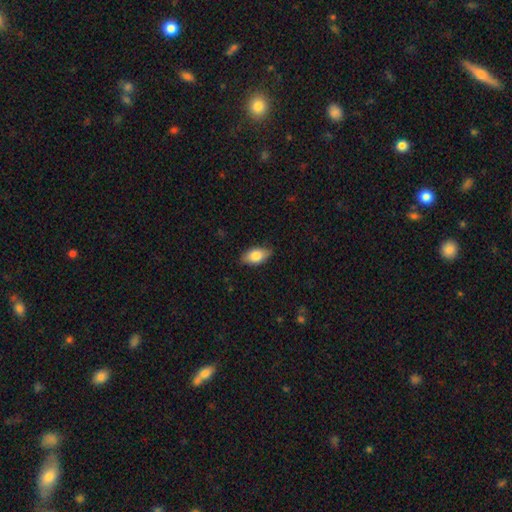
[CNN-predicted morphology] smooth-or-featured: smooth: 81% | featured or disk: 12% | star or artifact: 7%
  how-rounded: in between: 91% | round: 5% | cigar-shaped: 4%
  merging: none: 82% | minor disturbance: 14% | major disturbance: 2% | merger: 1%